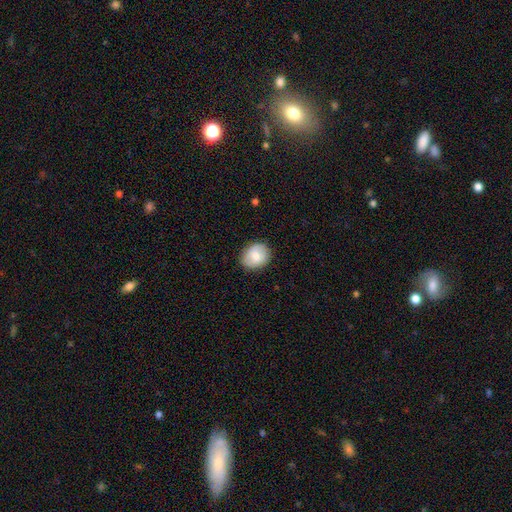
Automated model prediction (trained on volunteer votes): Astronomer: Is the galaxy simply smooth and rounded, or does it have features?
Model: smooth — 73%.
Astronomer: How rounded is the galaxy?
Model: round — 55% (runner-up: in between, 44%).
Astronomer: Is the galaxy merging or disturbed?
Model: none — 84%.